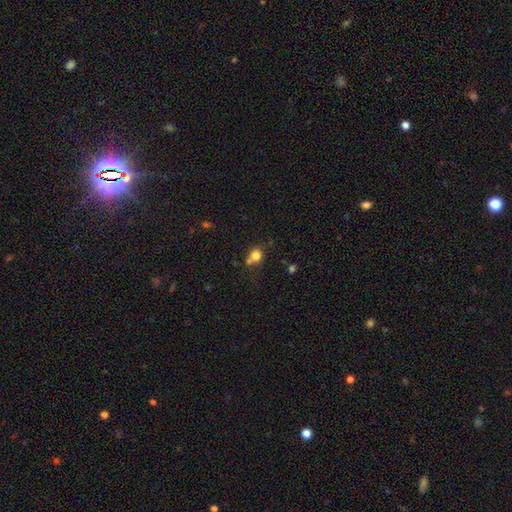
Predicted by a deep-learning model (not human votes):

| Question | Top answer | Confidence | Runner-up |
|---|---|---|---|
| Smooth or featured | smooth | 79% | star or artifact (12%) |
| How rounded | round | 77% | in between (22%) |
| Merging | none | 52% | merger (31%) |